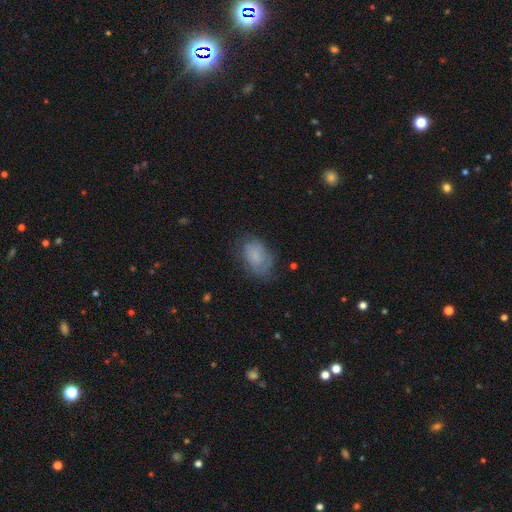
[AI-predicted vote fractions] This is likely a smooth galaxy (68%). How rounded: clearly in between (84%). Merging: likely none (61%).